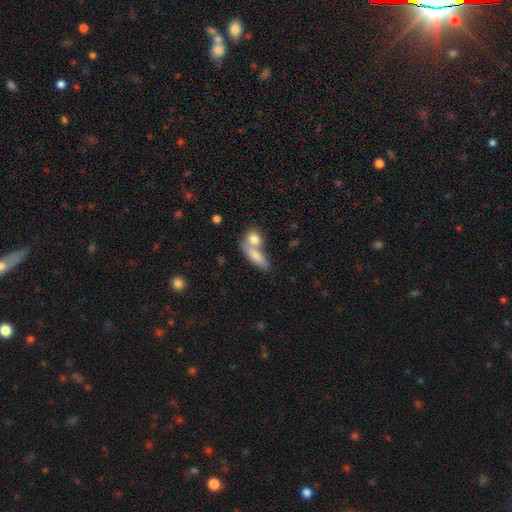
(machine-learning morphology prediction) smooth_or_featured: smooth (p=0.79) [alt: featured or disk p=0.15]
how_rounded: in between (p=0.63) [alt: cigar-shaped p=0.29]
merging: merger (p=0.50) [alt: none p=0.37]